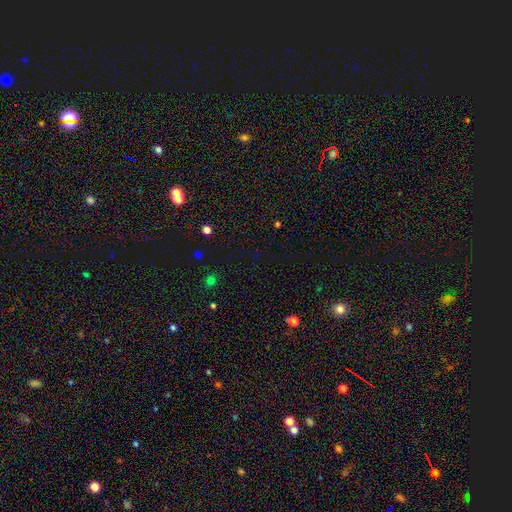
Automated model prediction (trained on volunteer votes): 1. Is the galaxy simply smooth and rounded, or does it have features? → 62% star or artifact, 31% smooth, 7% featured or disk.